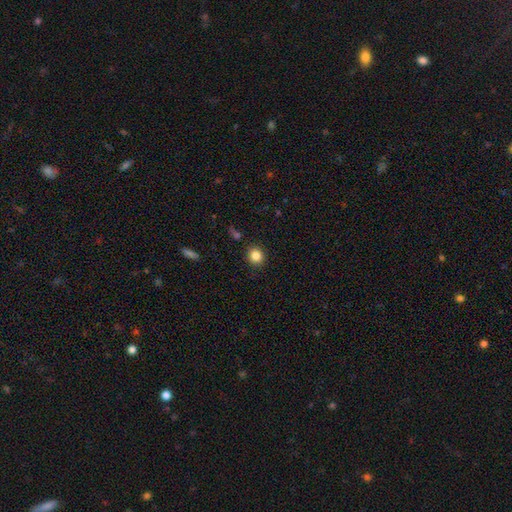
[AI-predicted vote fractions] Q: Smooth or featured?
A: smooth (85%); runner-up: star or artifact (11%)
Q: How rounded?
A: round (87%); runner-up: in between (12%)
Q: Merging?
A: none (90%); runner-up: minor disturbance (7%)